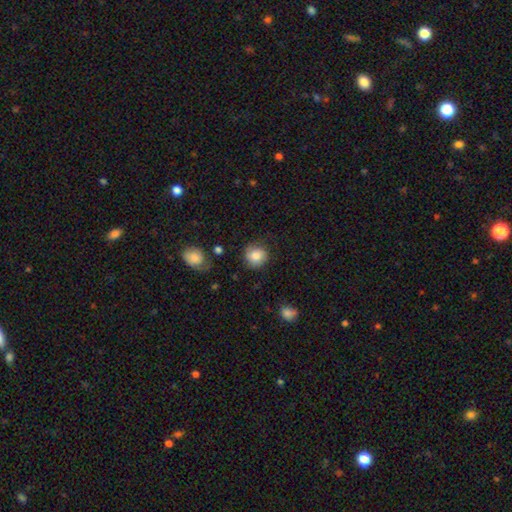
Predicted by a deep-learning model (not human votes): Q: Smooth or featured?
A: smooth (81%); runner-up: featured or disk (11%)
Q: How rounded?
A: round (86%); runner-up: in between (13%)
Q: Merging?
A: none (76%); runner-up: minor disturbance (16%)